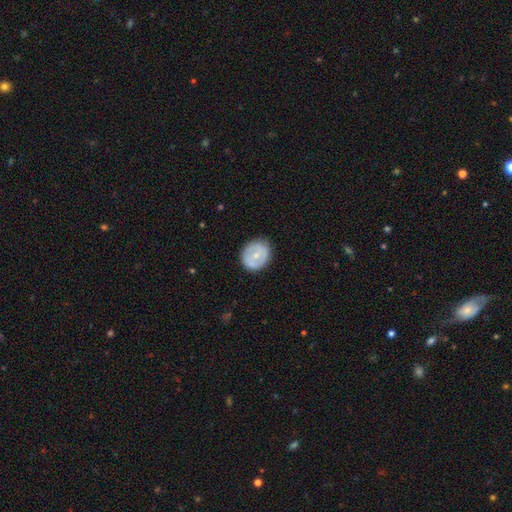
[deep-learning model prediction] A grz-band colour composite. It shows a smooth galaxy with no disk features (51%) that is round (76%). Merging: none (84%).